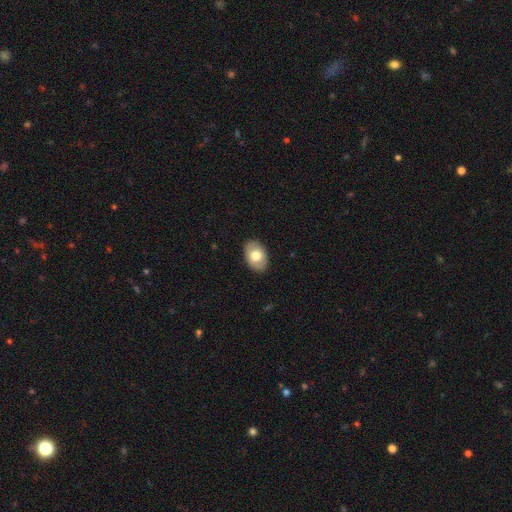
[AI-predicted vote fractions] The model was most divided on "smooth or featured": smooth: 69%, featured or disk: 24%, star or artifact: 6%. More confident: merging — none (88%); how rounded — in between (85%).